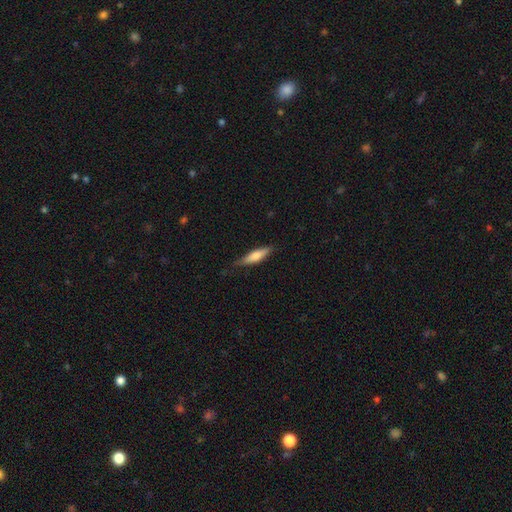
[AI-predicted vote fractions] This appears to be a smooth galaxy with no disk features (67%) that is cigar-shaped (73%). Merging: none (73%).